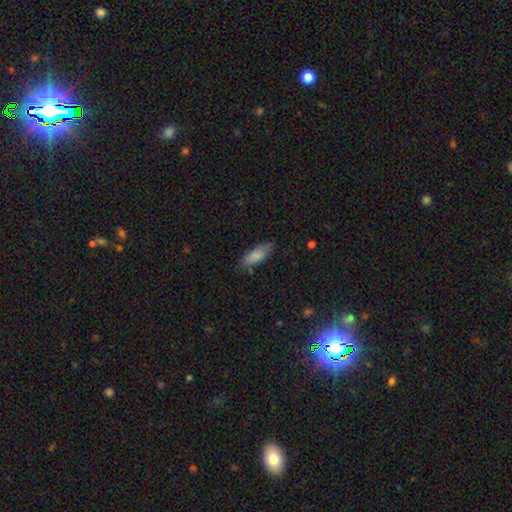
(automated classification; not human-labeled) This is clearly a smooth galaxy (84%). How rounded: likely in between (68%). Merging: likely none (74%).